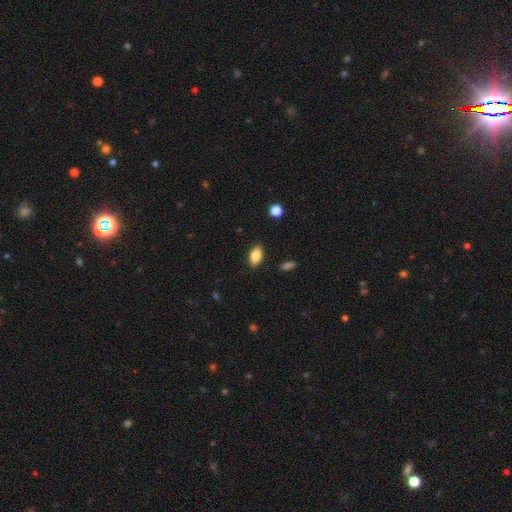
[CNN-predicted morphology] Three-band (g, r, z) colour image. It shows a smooth galaxy with no disk features (85%) that is in between round and cigar-shaped (91%). Merging: none (88%).